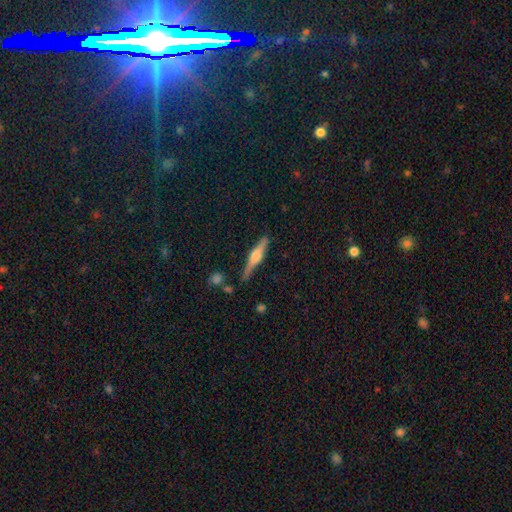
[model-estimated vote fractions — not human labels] smooth_or_featured: featured or disk (p=0.64) [alt: smooth p=0.29]
disk_edge_on: yes (p=0.97) [alt: no p=0.03]
edge_on_bulge: rounded (p=0.84) [alt: boxy p=0.12]
merging: none (p=0.82) [alt: minor disturbance p=0.12]